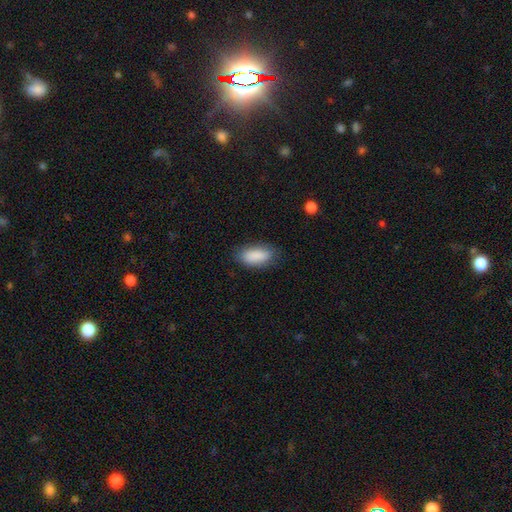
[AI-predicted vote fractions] smooth 89%, star or artifact 6%, featured or disk 5%. Down the decision tree: how rounded — in between (88%); merging — none (82%).